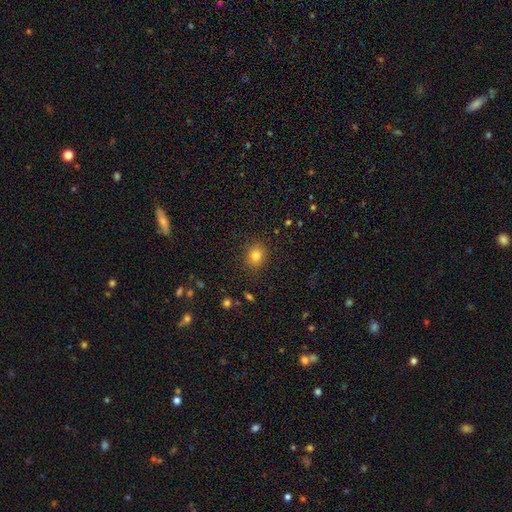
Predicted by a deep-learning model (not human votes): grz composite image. It shows a smooth galaxy with no disk features (81%) that is round (71%). Merging: none (88%).